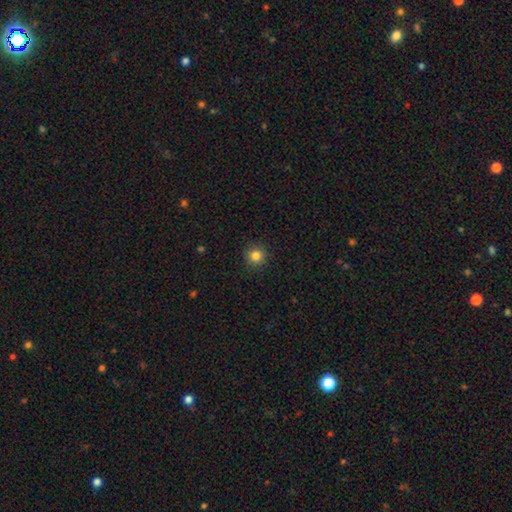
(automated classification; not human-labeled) smooth-or-featured: smooth: 82% | star or artifact: 12% | featured or disk: 5%
  how-rounded: round: 94% | in between: 5% | cigar-shaped: 1%
  merging: none: 91% | minor disturbance: 6% | major disturbance: 2% | merger: 1%